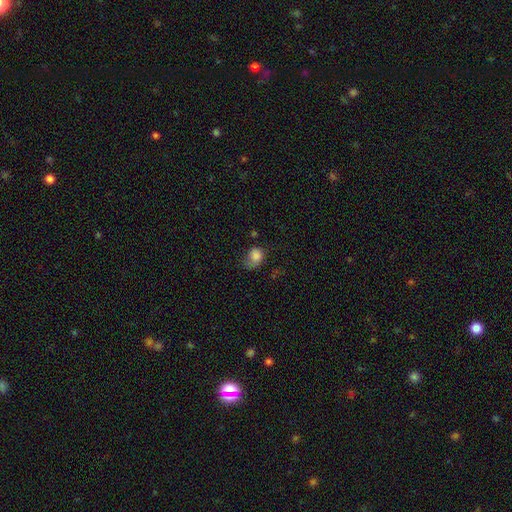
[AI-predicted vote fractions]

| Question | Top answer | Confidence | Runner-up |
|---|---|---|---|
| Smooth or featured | smooth | 80% | star or artifact (11%) |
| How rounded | in between | 54% | round (45%) |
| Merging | minor disturbance | 34% | none (33%) |